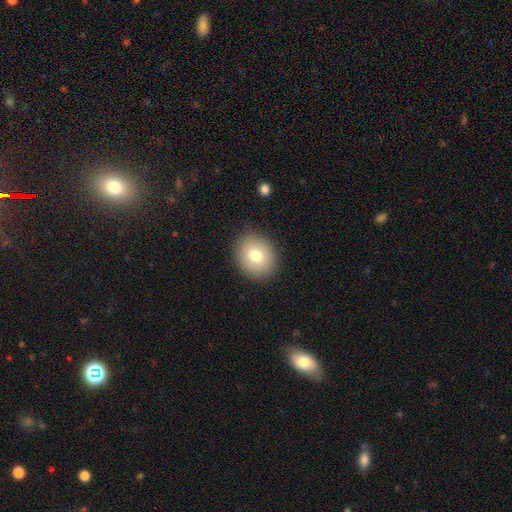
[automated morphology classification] Smooth or featured? smooth (77%)
How rounded? round (63%)
Merging? none (88%)